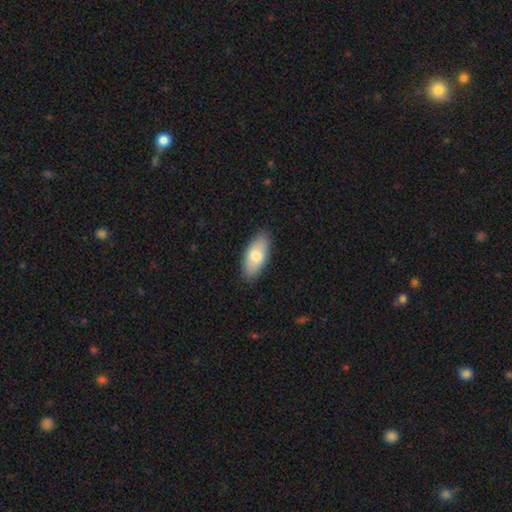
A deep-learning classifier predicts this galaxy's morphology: smooth_or_featured: smooth (p=0.75) [alt: featured or disk p=0.19]
how_rounded: in between (p=0.87) [alt: cigar-shaped p=0.11]
merging: none (p=0.87) [alt: minor disturbance p=0.10]